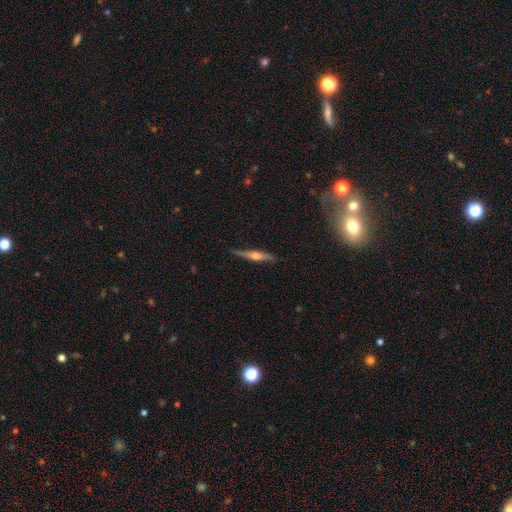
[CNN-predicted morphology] Overall: featured or disk (65%; smooth 29%). Edge-on disk: yes (96%). Edge-on bulge: rounded (88%). Merging: none (81%).